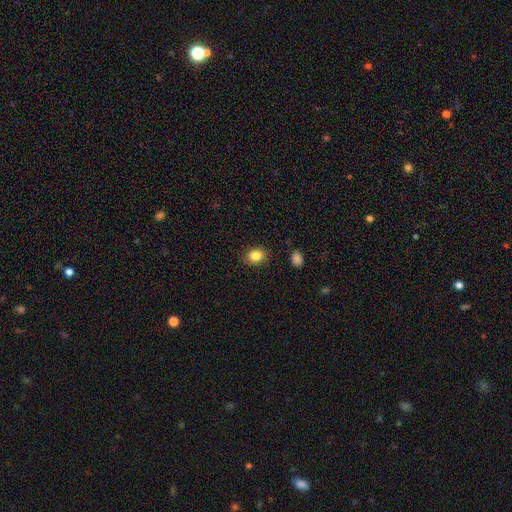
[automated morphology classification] smooth_or_featured: smooth (p=0.85) [alt: star or artifact p=0.09]
how_rounded: in between (p=0.52) [alt: round p=0.48]
merging: none (p=0.87) [alt: minor disturbance p=0.09]